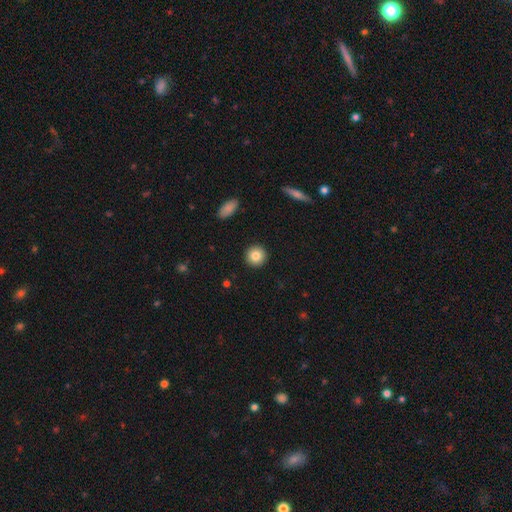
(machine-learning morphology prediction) Smooth or featured? Predicted: smooth (p=0.83). How rounded? Predicted: round (p=0.93). Merging? Predicted: none (p=0.93).